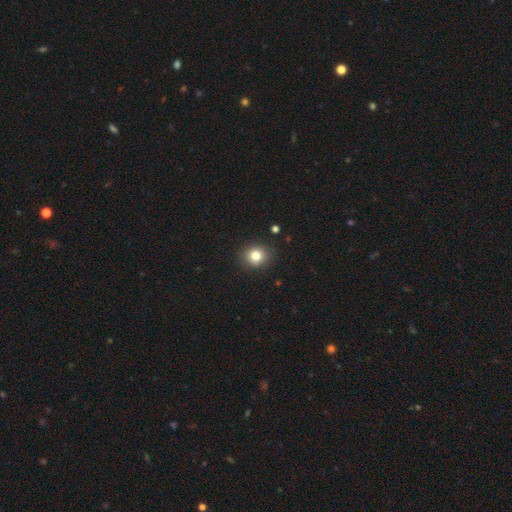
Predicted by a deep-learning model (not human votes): The model was most divided on "how rounded": round: 82%, in between: 17%, cigar-shaped: 1%. More confident: merging — none (89%); smooth or featured — smooth (80%).